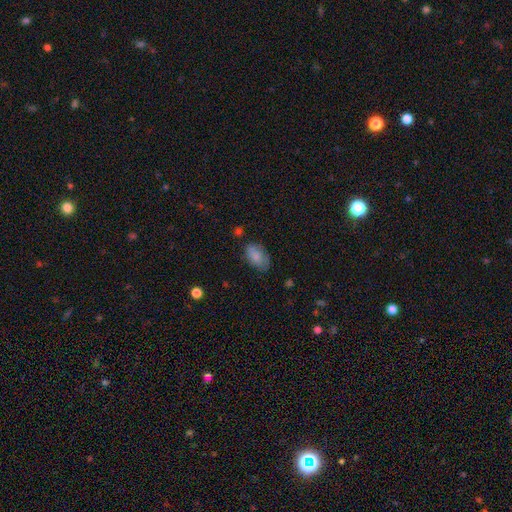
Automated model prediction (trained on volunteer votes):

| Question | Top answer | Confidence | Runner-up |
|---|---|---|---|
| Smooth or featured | smooth | 80% | featured or disk (13%) |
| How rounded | in between | 91% | round (7%) |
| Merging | none | 66% | minor disturbance (25%) |